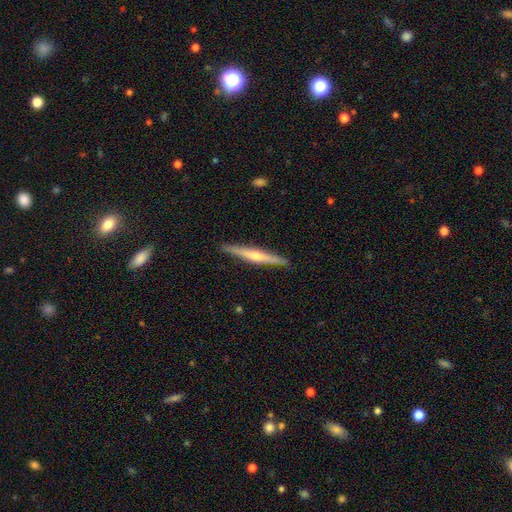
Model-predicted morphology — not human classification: type=featured or disk (66%); edge-on=yes (98%); edge-on bulge=rounded (74%); merging=none (91%).